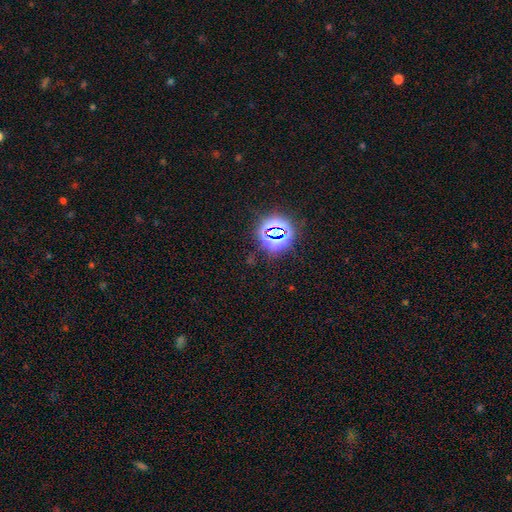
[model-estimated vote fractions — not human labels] A star or artifact, not a galaxy (78%).